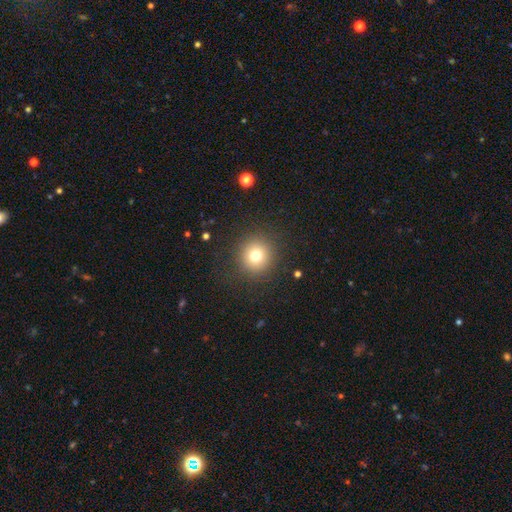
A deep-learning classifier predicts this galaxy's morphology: smooth 76%, star or artifact 14%, featured or disk 10%. Down the decision tree: how rounded — round (94%); merging — none (89%).